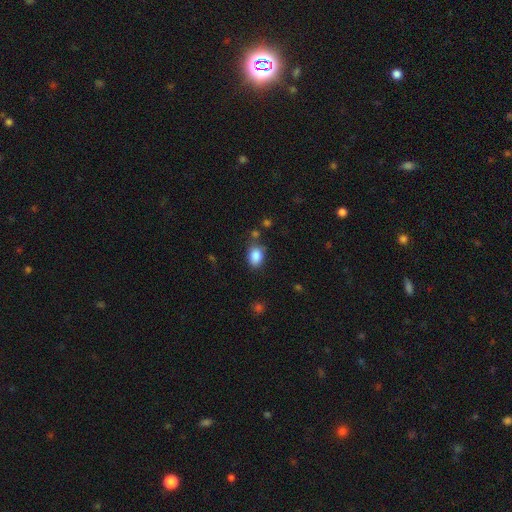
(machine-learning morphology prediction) Overall: smooth (86%). How rounded: in between (76%). Merging: none (74%).